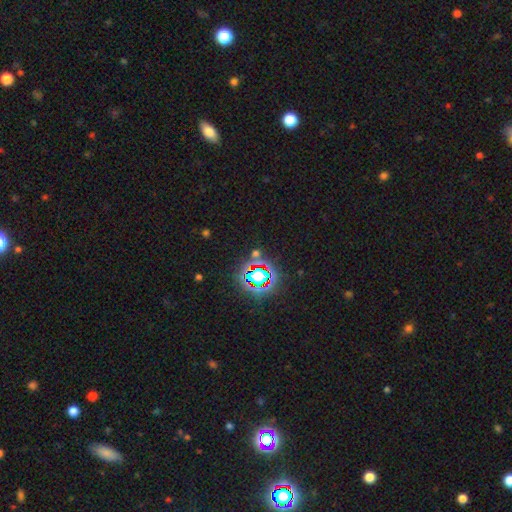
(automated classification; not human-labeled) smooth_or_featured: star or artifact (p=0.76) [alt: smooth p=0.16]